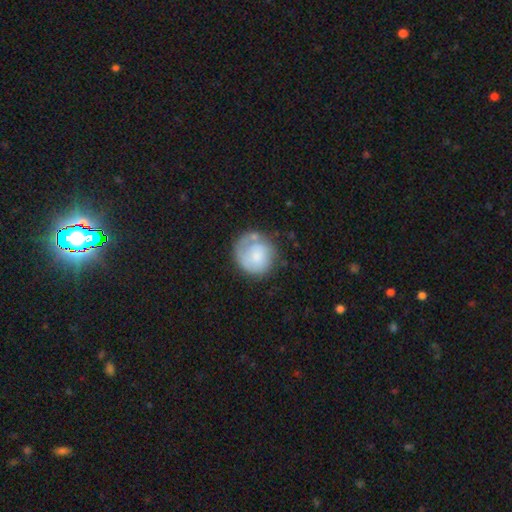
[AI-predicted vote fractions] Morphology: type=smooth (62%); roundness=round (87%); merging=none (54%).